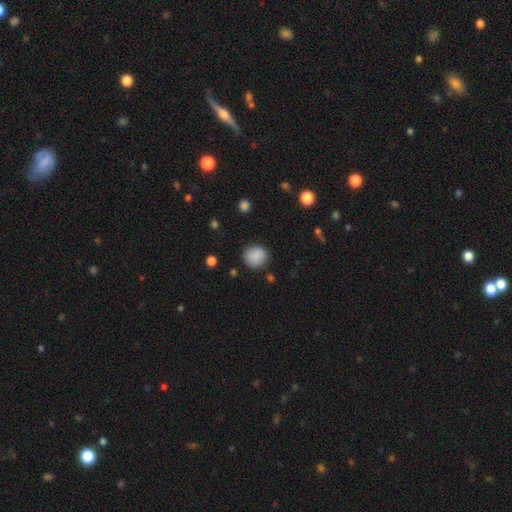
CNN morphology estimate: Smooth or featured? smooth (87%)
How rounded? round (90%)
Merging? none (87%)